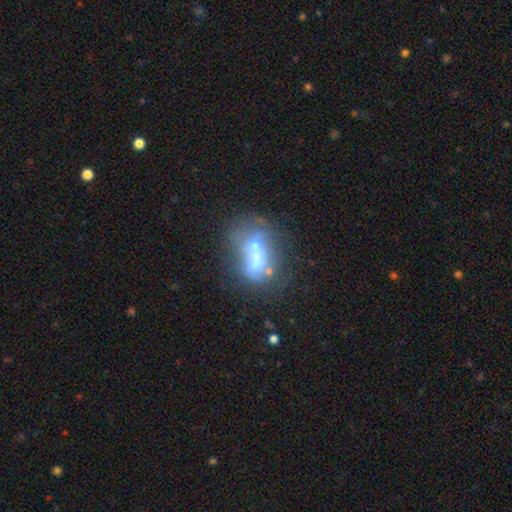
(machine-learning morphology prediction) Q: Smooth or featured?
A: featured or disk (45%); runner-up: smooth (42%)
Q: Merging?
A: merger (37%); runner-up: none (24%)